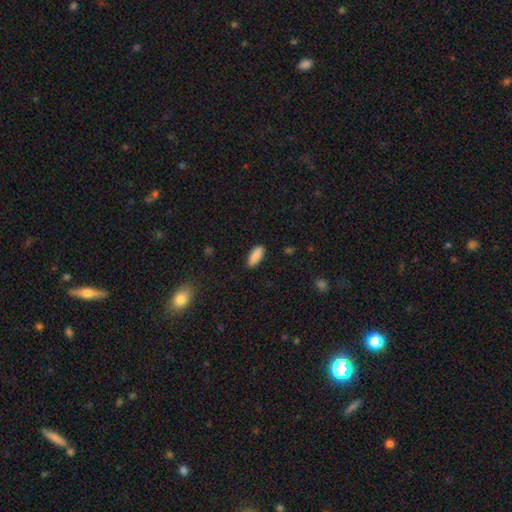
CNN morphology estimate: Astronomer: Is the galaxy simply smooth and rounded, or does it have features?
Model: smooth — 89%.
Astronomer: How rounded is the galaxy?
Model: in between — 79%.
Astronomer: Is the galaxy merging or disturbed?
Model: none — 88%.